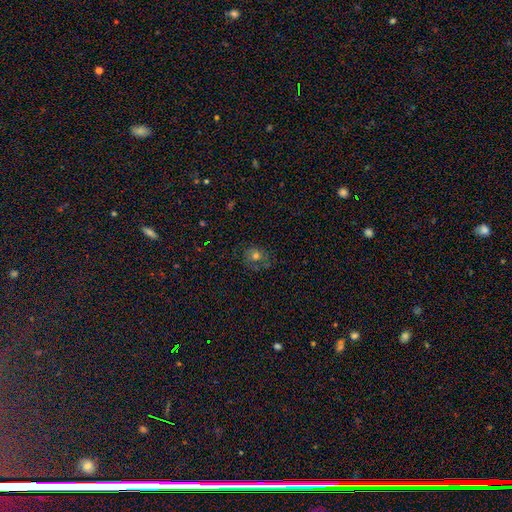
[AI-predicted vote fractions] Smooth or featured?
  - smooth: 61% *
  - star or artifact: 20%
  - featured or disk: 18%
How rounded?
  - round: 77% *
  - in between: 22%
  - cigar-shaped: 1%
Merging?
  - none: 64% *
  - minor disturbance: 21%
  - major disturbance: 11%
  - merger: 5%